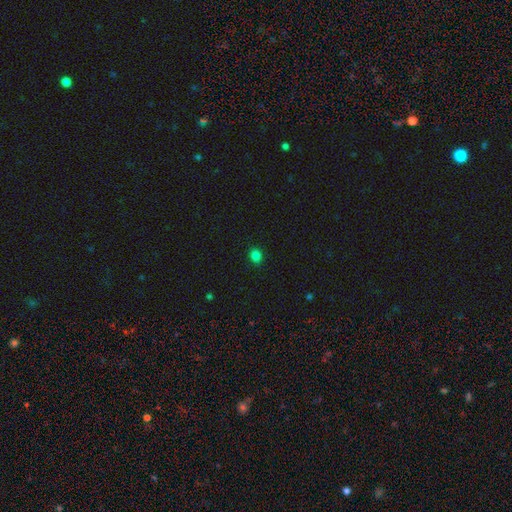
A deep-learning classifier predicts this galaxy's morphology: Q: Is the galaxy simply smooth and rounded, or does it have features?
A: smooth — 82%.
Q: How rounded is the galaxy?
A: round — 69%.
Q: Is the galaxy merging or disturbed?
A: none — 89%.